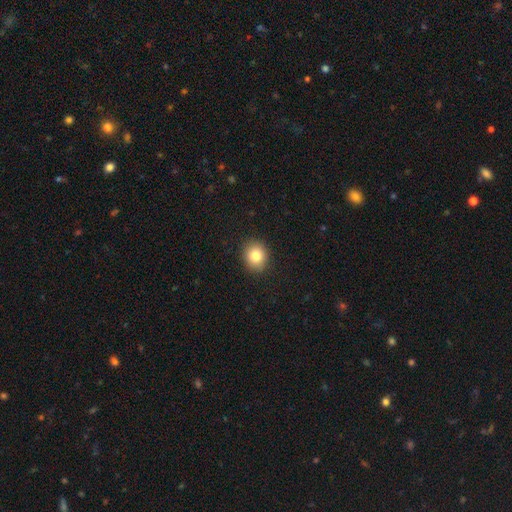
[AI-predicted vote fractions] This is clearly a smooth galaxy (83%). How rounded: likely round (71%). Merging: clearly none (90%).